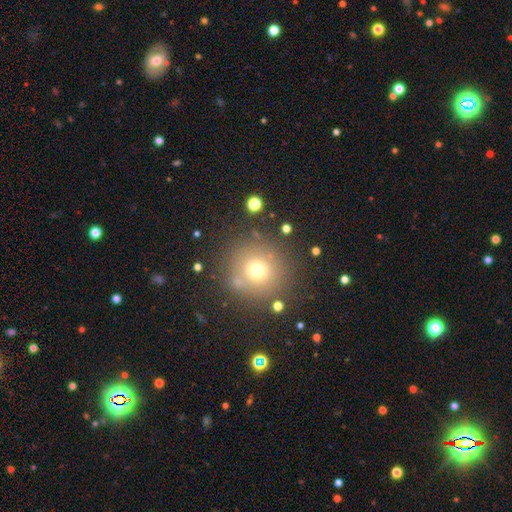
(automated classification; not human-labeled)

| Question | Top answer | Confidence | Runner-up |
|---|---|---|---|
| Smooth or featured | smooth | 63% | star or artifact (24%) |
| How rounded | round | 93% | in between (6%) |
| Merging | none | 82% | minor disturbance (9%) |